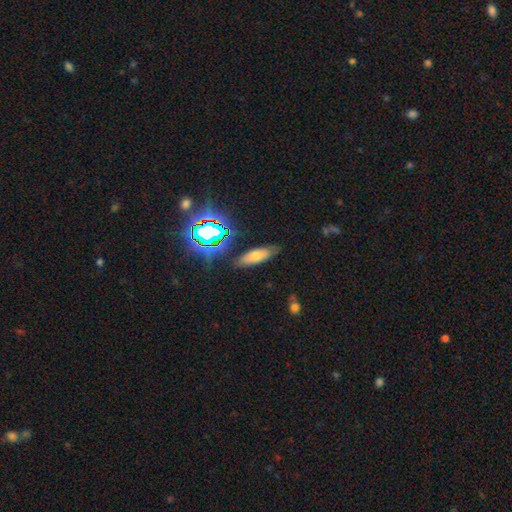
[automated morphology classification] The model was most divided on "how rounded": in between: 55%, cigar-shaped: 41%, round: 4%. More confident: merging — none (83%); smooth or featured — smooth (55%).